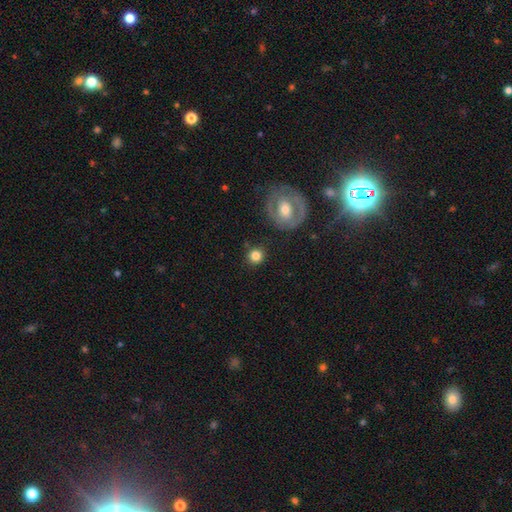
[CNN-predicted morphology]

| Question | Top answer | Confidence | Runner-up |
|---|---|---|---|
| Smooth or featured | smooth | 80% | featured or disk (11%) |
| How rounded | round | 91% | in between (8%) |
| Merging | none | 85% | minor disturbance (8%) |